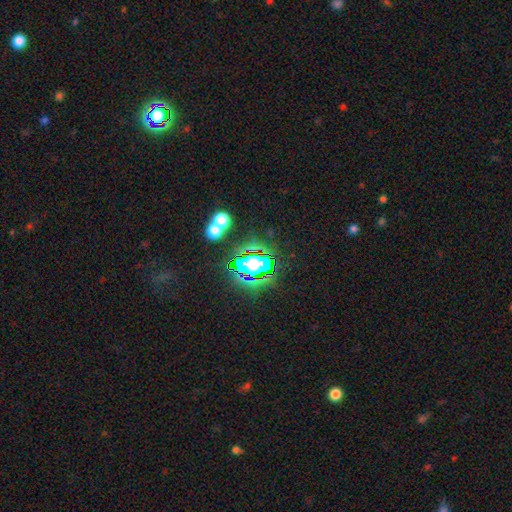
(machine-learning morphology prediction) Smooth or featured? Predicted: star or artifact (p=0.80).